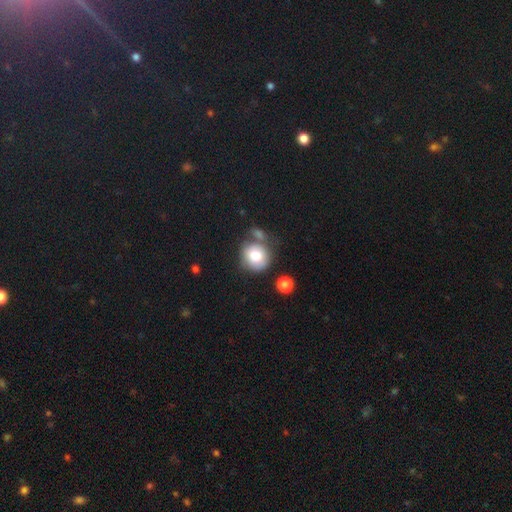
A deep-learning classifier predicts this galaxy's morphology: This appears to be a smooth galaxy with no disk features (77%) that is round (88%). Merging: none (63%).